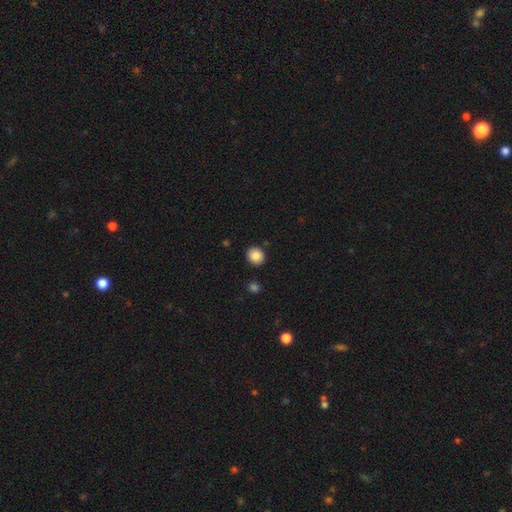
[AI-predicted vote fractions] Overall: smooth (87%). How rounded: round (84%). Merging: none (90%).